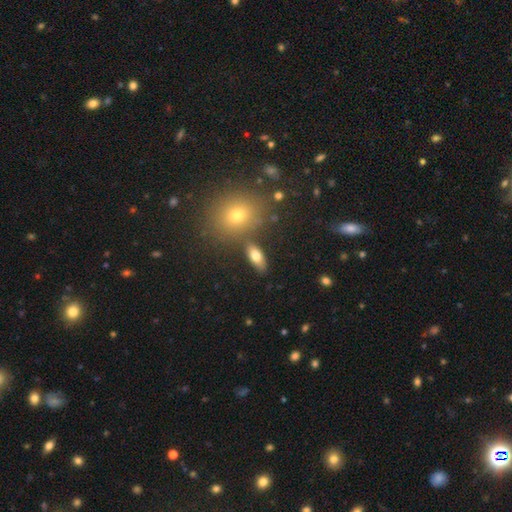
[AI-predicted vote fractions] Morphology: type=smooth (75%); roundness=in between (81%); merging=none (78%).